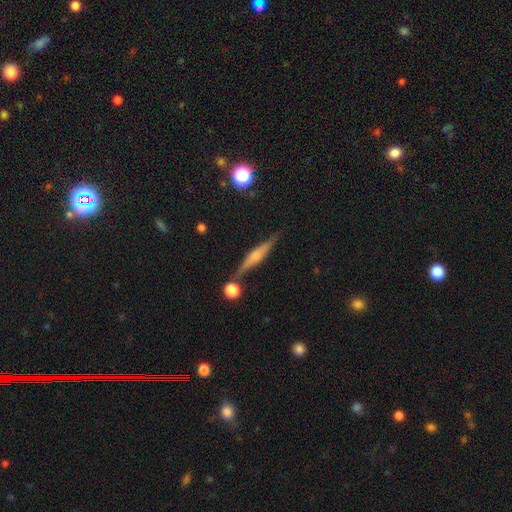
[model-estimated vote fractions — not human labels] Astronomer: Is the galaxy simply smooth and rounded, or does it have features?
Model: featured or disk — 69%.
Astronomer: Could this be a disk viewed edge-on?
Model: yes — 96%.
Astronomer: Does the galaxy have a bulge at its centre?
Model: rounded — 78%.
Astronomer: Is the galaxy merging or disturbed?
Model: none — 78%.